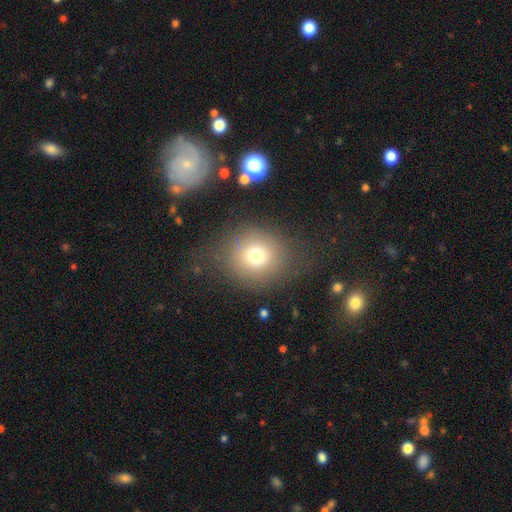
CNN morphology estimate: type=smooth (73%); roundness=round (86%); merging=none (77%).